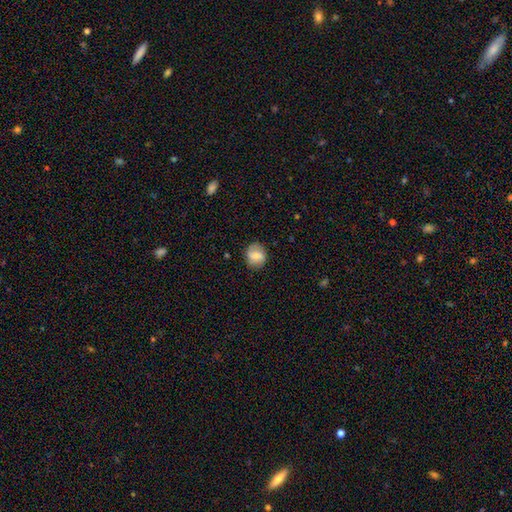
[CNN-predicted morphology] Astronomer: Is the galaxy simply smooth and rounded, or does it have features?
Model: smooth — 59%.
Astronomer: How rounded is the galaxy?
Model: round — 73%.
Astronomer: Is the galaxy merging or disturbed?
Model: none — 80%.